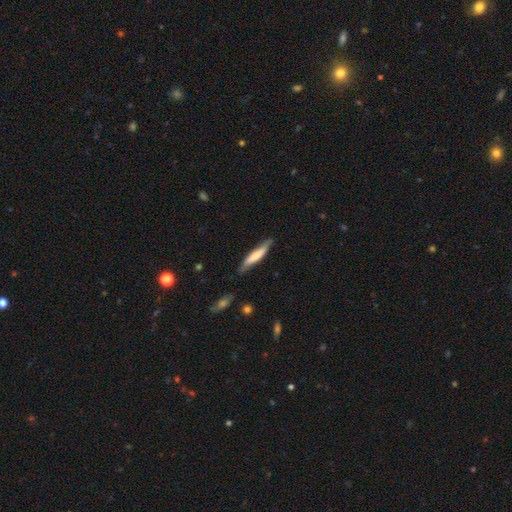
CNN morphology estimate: smooth-or-featured: smooth: 60% | featured or disk: 35% | star or artifact: 5%
  how-rounded: cigar-shaped: 88% | in between: 10% | round: 1%
  merging: none: 78% | minor disturbance: 17% | major disturbance: 3% | merger: 2%